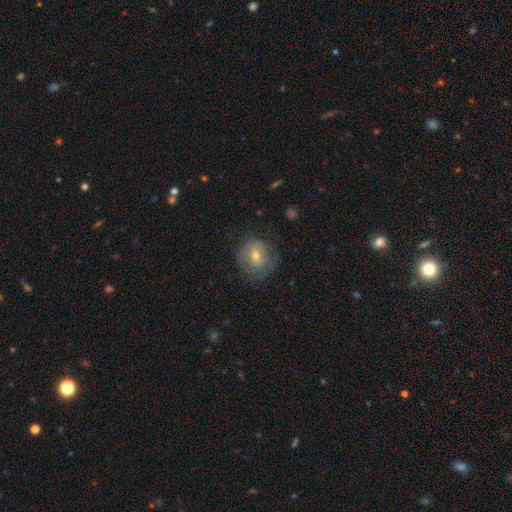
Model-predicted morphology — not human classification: Smooth or featured?
  - featured or disk: 48% *
  - smooth: 44%
  - star or artifact: 8%
Merging?
  - none: 64% *
  - minor disturbance: 21%
  - major disturbance: 14%
  - merger: 1%